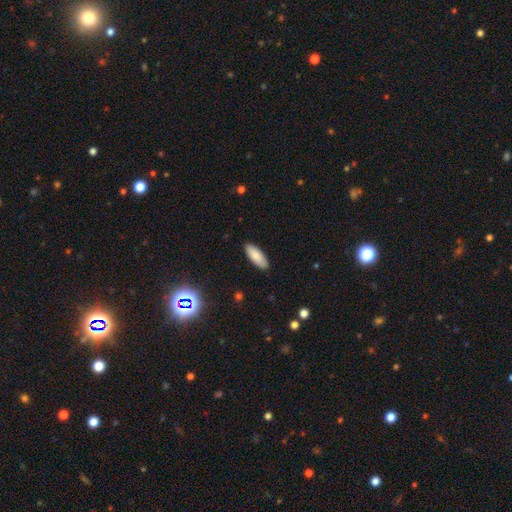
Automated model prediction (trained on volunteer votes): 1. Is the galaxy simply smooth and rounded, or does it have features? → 84% smooth, 8% featured or disk, 7% star or artifact.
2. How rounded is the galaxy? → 72% in between, 26% cigar-shaped, 2% round.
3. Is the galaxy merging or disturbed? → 90% none, 8% minor disturbance, 2% major disturbance, 1% merger.